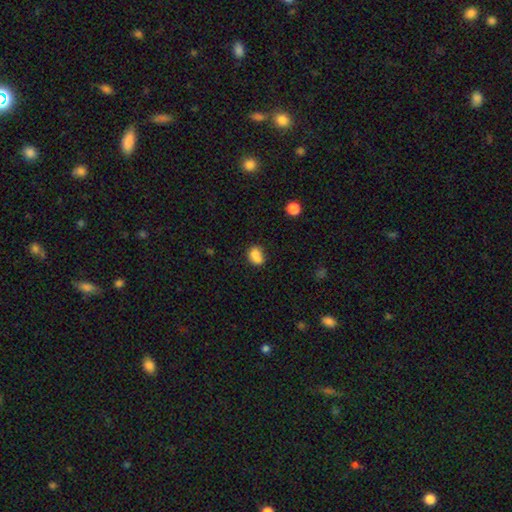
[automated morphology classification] smooth_or_featured: smooth (p=0.76) [alt: featured or disk p=0.13]
how_rounded: round (p=0.50) [alt: in between p=0.49]
merging: merger (p=0.46) [alt: none p=0.35]